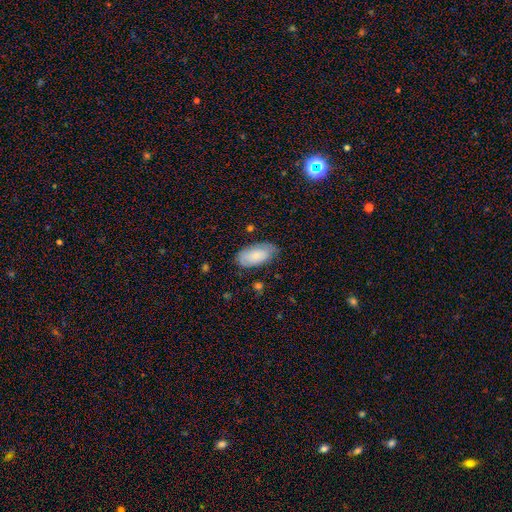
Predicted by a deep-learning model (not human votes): Q: Smooth or featured?
A: smooth (76%); runner-up: featured or disk (17%)
Q: How rounded?
A: in between (94%); runner-up: cigar-shaped (4%)
Q: Merging?
A: none (71%); runner-up: minor disturbance (22%)